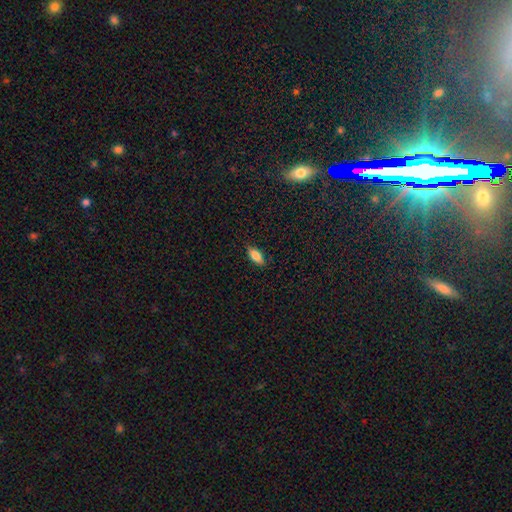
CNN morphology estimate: Smooth or featured? Predicted: smooth (p=0.84). How rounded? Predicted: in between (p=0.81). Merging? Predicted: none (p=0.86).